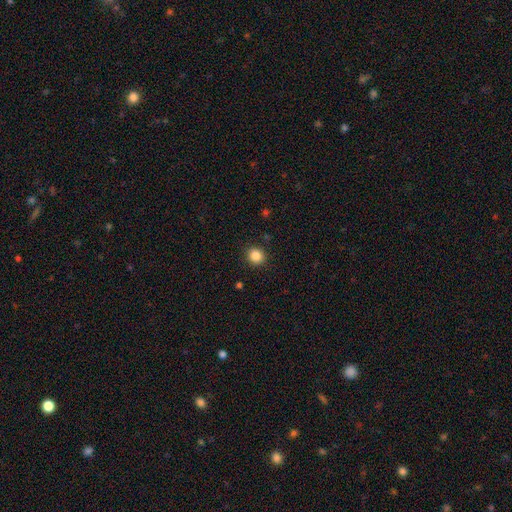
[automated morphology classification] This is clearly a smooth galaxy (85%). How rounded: clearly round (87%). Merging: clearly none (91%).